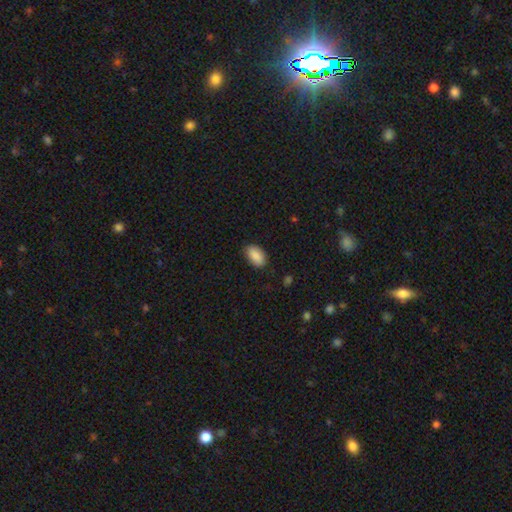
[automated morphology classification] Q: Smooth or featured?
A: smooth (90%); runner-up: star or artifact (7%)
Q: How rounded?
A: in between (93%); runner-up: round (5%)
Q: Merging?
A: none (84%); runner-up: minor disturbance (13%)